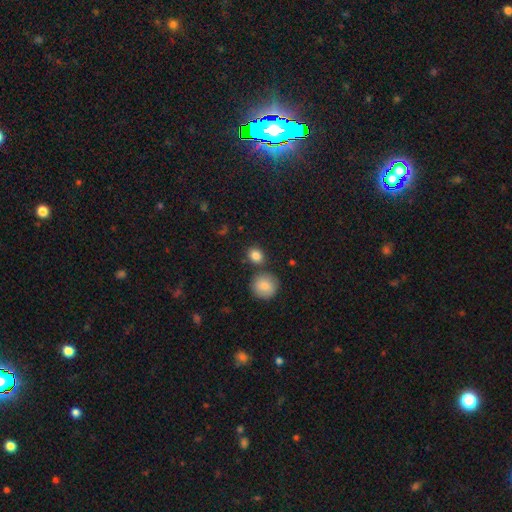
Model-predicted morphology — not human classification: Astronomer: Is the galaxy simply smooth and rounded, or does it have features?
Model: smooth — 85%.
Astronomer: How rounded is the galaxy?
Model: round — 72%.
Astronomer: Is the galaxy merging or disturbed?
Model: none — 74%.